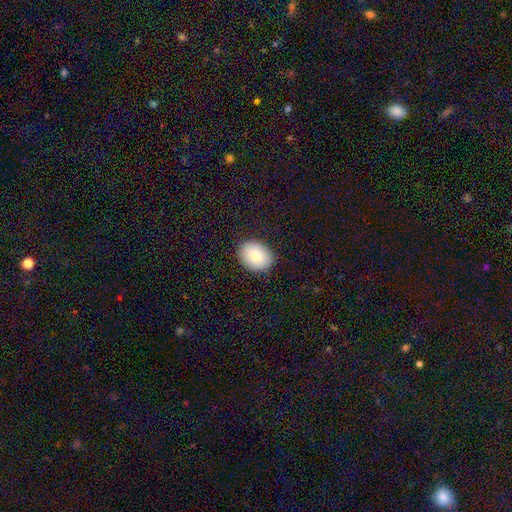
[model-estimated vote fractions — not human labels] Overall: smooth (85%). How rounded: in between (69%; round 31%). Merging: none (87%).